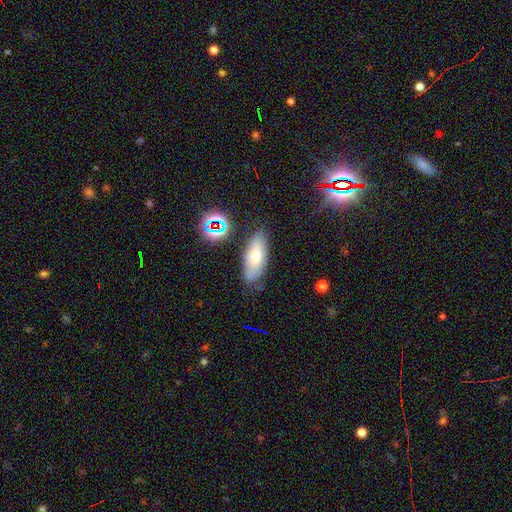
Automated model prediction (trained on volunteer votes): Overall: smooth (59%; featured or disk 29%). How rounded: in between (78%). Merging: none (76%).